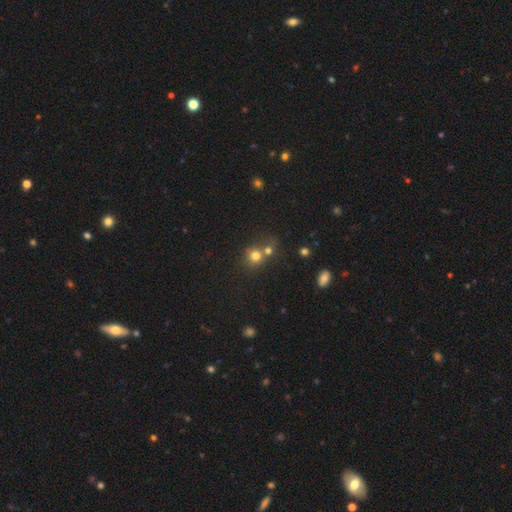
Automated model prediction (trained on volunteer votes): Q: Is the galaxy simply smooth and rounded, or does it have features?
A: smooth — 74%.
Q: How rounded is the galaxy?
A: round — 85%.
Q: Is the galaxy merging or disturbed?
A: none — 48%.